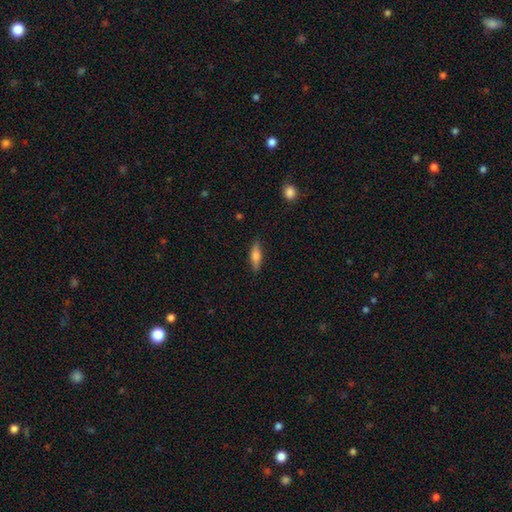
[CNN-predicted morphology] Overall: smooth (63%; featured or disk 30%). How rounded: cigar-shaped (56%; in between 41%). Merging: none (86%).